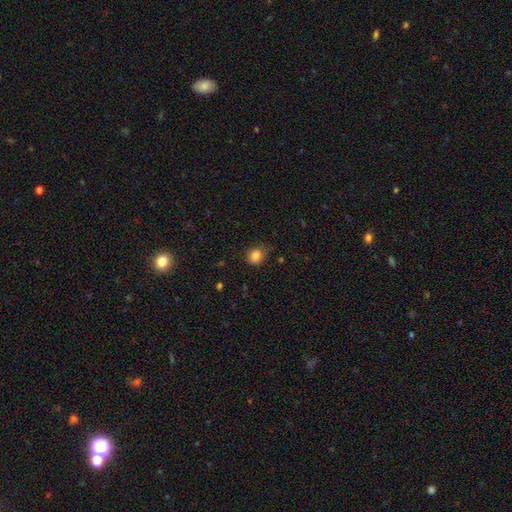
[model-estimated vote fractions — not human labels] Smooth or featured: smooth — 85% (star or artifact — 11%)
How rounded: round — 77% (in between — 22%)
Merging: none — 75% (minor disturbance — 19%)